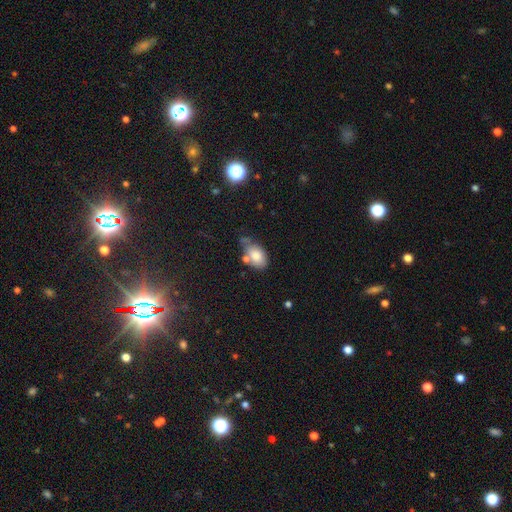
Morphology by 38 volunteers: Smooth or featured? 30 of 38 (79%) said smooth. How rounded? 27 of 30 (90%) said in between. Merging? 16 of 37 (43%) said minor disturbance.